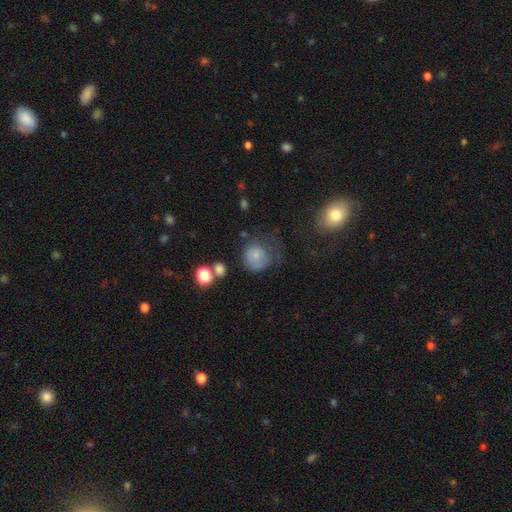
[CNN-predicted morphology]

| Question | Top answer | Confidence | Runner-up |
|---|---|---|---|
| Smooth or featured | smooth | 72% | featured or disk (17%) |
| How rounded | round | 80% | in between (19%) |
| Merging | none | 40% | major disturbance (29%) |